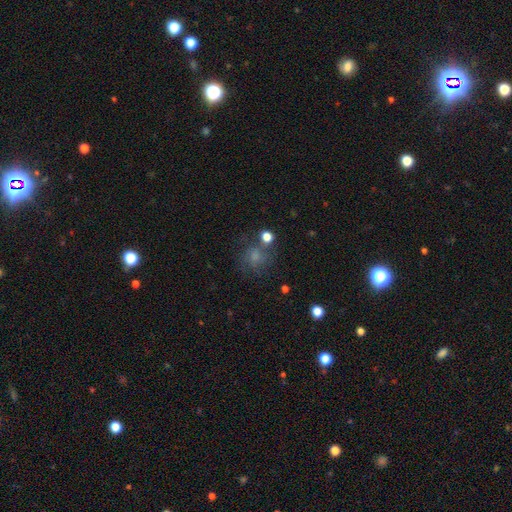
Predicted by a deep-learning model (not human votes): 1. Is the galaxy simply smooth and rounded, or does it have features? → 65% smooth, 18% star or artifact, 17% featured or disk.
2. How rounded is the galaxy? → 80% round, 19% in between, 1% cigar-shaped.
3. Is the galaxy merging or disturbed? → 61% none, 17% minor disturbance, 12% major disturbance, 10% merger.